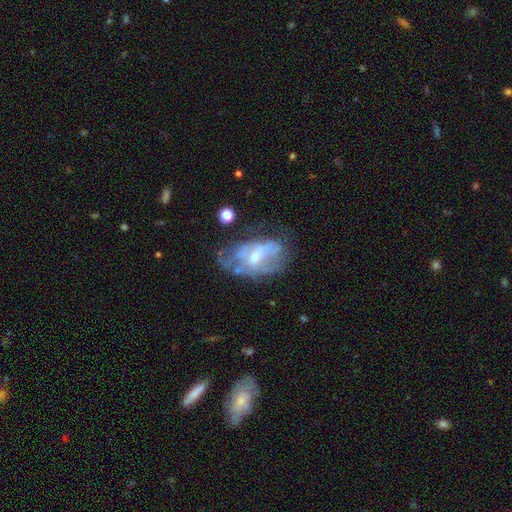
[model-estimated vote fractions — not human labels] A featured or disk galaxy (66%) with no bar (57%), no spiral arms (61%) and a small central bulge (44%). Merging: none (42%).